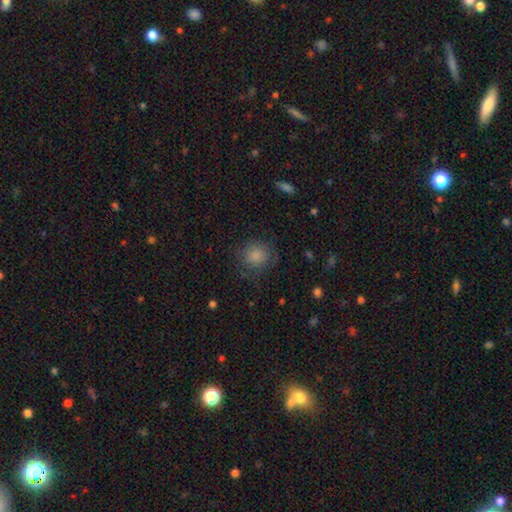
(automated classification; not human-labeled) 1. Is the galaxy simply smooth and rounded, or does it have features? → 84% smooth, 9% star or artifact, 7% featured or disk.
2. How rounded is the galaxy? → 86% round, 13% in between, 1% cigar-shaped.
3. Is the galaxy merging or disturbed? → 74% none, 17% minor disturbance, 8% major disturbance, 1% merger.